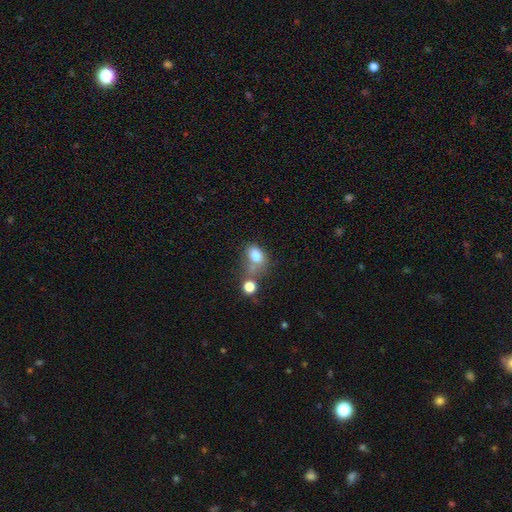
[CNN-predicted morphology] A smooth galaxy with no disk features (79%) that is in between round and cigar-shaped (73%). Merging: merger (33%).